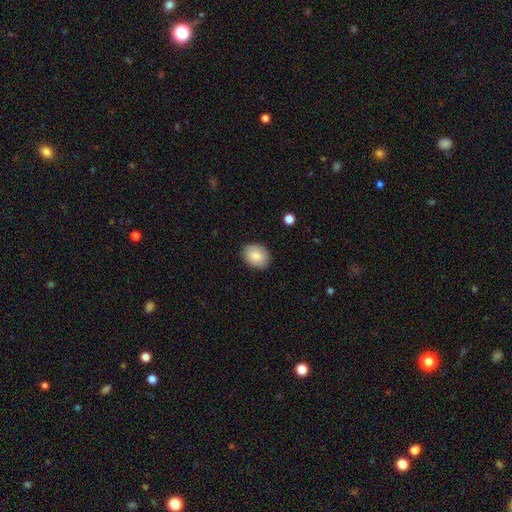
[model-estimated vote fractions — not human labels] smooth 87%, star or artifact 7%, featured or disk 7%. Down the decision tree: how rounded — in between (54%); merging — none (88%).